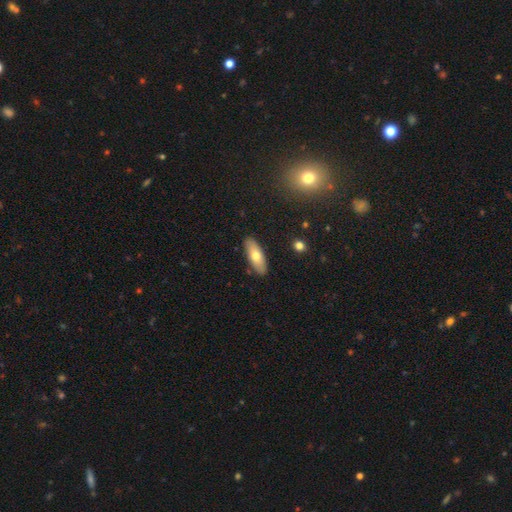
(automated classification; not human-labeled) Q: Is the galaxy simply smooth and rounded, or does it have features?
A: smooth — 68%.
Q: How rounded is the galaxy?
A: in between — 70%.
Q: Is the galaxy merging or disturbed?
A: none — 88%.